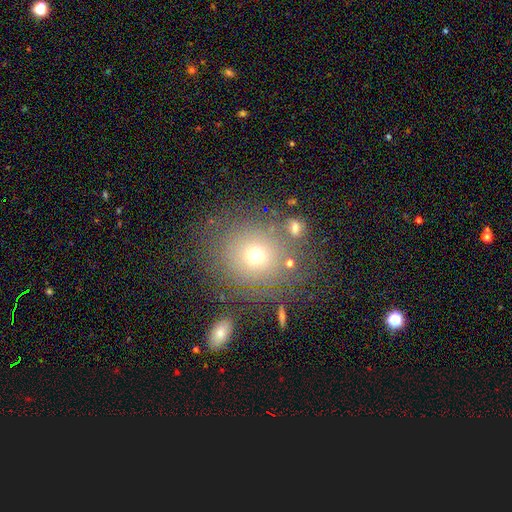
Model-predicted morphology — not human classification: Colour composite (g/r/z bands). It shows a smooth galaxy with no disk features (66%) that is round (80%). Merging: none (75%).